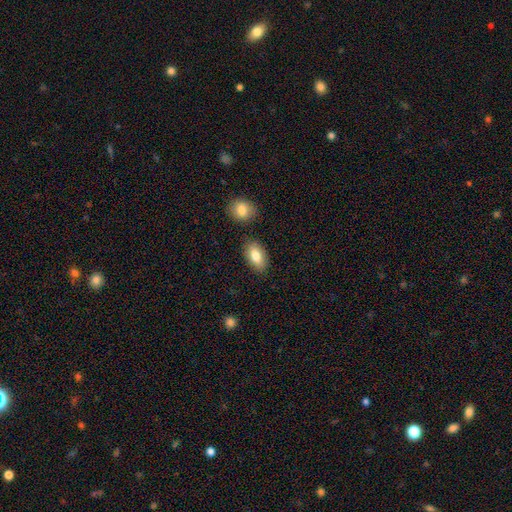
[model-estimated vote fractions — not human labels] Smooth or featured?
  - smooth: 82% *
  - featured or disk: 11%
  - star or artifact: 7%
How rounded?
  - in between: 92% *
  - round: 5%
  - cigar-shaped: 3%
Merging?
  - none: 83% *
  - minor disturbance: 10%
  - merger: 5%
  - major disturbance: 2%